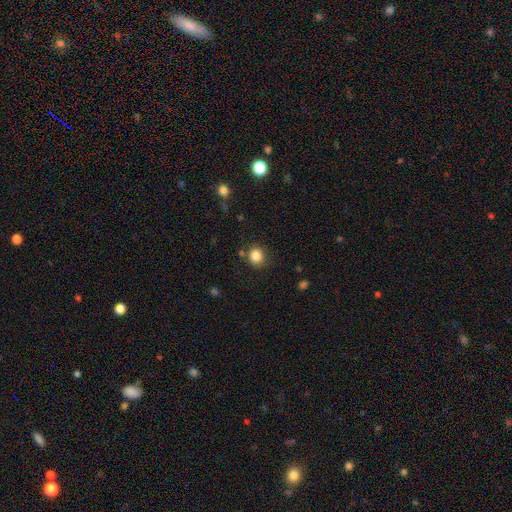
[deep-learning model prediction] This is clearly a smooth galaxy (84%). How rounded: clearly round (84%). Merging: likely none (80%).